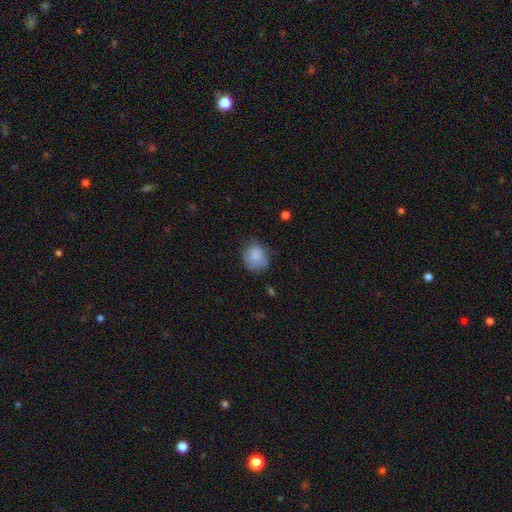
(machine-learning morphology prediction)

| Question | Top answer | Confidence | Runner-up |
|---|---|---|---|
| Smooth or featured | smooth | 84% | featured or disk (8%) |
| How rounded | round | 74% | in between (25%) |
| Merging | none | 62% | minor disturbance (28%) |